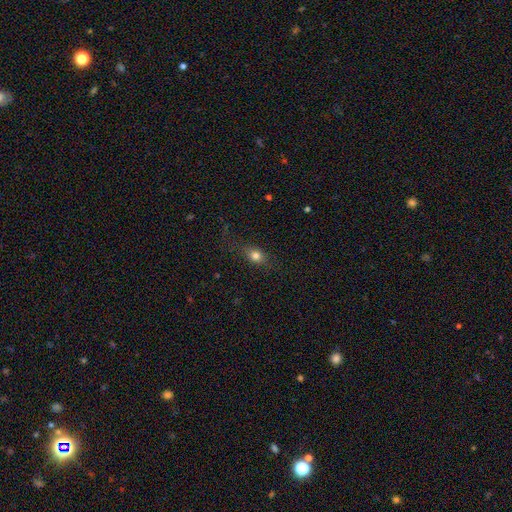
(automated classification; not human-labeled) smooth 74%, featured or disk 13%, star or artifact 13%. Down the decision tree: how rounded — in between (57%); merging — none (74%).